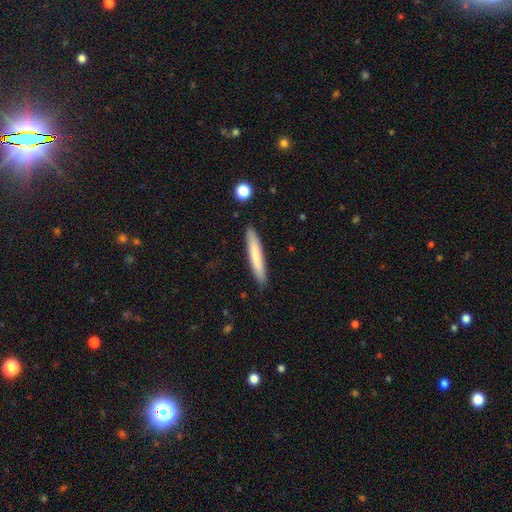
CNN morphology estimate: A smooth galaxy with no disk features (73%) that is cigar-shaped (94%). Merging: none (89%).